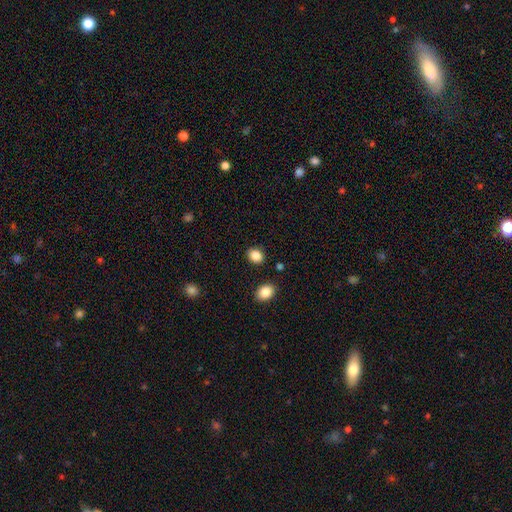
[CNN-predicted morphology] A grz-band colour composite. It shows a smooth galaxy with no disk features (87%) that is in between round and cigar-shaped (52%). Merging: none (86%).